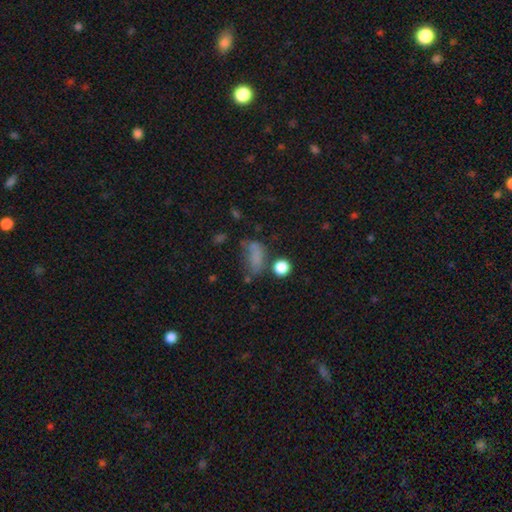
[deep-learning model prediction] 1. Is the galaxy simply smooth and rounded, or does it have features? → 67% smooth, 19% star or artifact, 14% featured or disk.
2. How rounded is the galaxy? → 74% in between, 17% round, 9% cigar-shaped.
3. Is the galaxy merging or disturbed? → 37% none, 25% major disturbance, 23% minor disturbance, 14% merger.